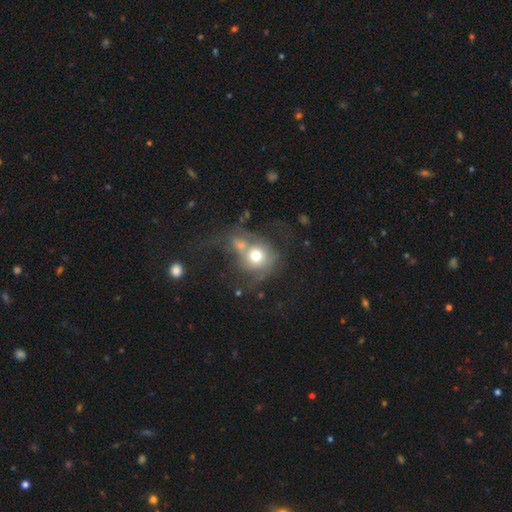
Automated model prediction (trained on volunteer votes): Q: Smooth or featured?
A: smooth (59%); runner-up: featured or disk (29%)
Q: How rounded?
A: round (81%); runner-up: in between (18%)
Q: Merging?
A: merger (45%); runner-up: major disturbance (22%)